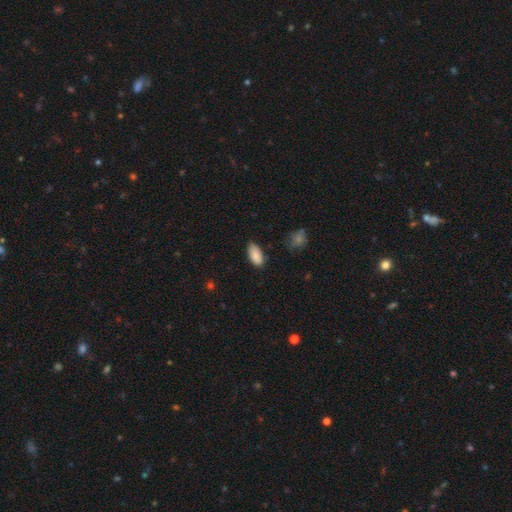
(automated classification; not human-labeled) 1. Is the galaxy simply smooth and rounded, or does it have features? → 87% smooth, 7% star or artifact, 6% featured or disk.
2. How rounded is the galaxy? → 92% in between, 6% cigar-shaped, 2% round.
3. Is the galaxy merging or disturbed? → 76% none, 19% minor disturbance, 3% major disturbance, 2% merger.